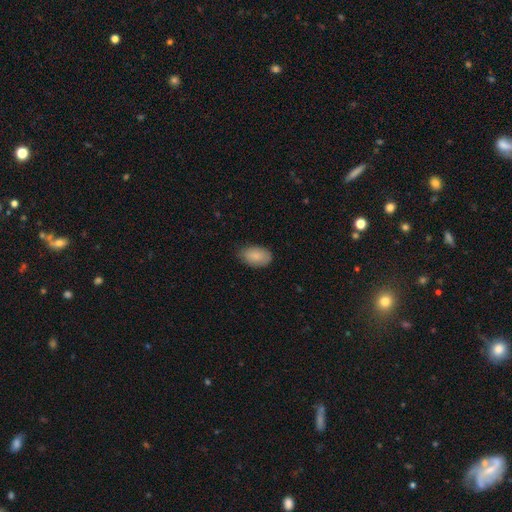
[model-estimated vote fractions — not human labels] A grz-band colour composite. It shows a smooth galaxy with no disk features (87%) that is in between round and cigar-shaped (92%). Merging: none (77%).